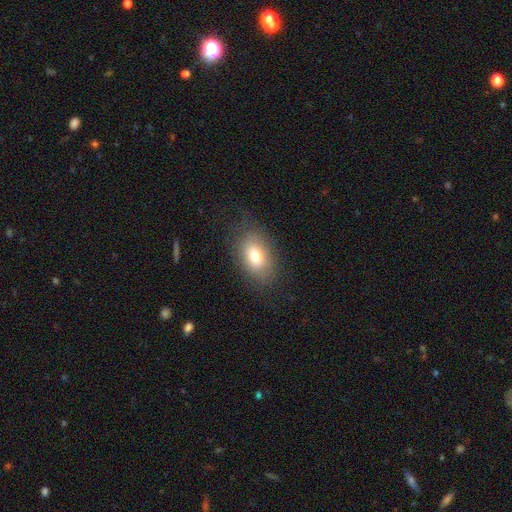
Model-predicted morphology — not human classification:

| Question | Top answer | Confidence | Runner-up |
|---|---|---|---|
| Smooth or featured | smooth | 74% | featured or disk (16%) |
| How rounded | in between | 86% | round (13%) |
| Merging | none | 78% | minor disturbance (14%) |